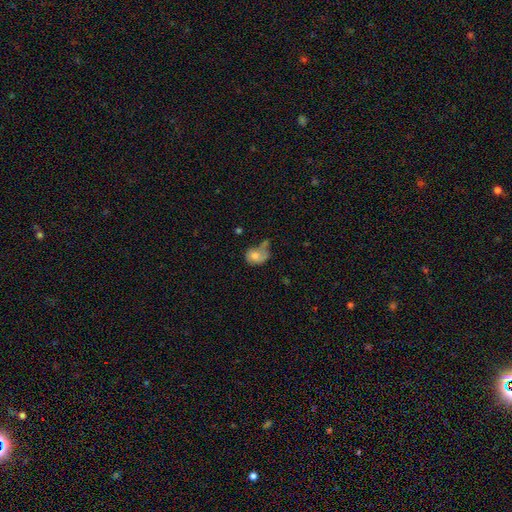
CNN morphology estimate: Overall: smooth (62%; featured or disk 29%). How rounded: in between (53%; round 46%). Merging: none (30%; minor disturbance 26%).